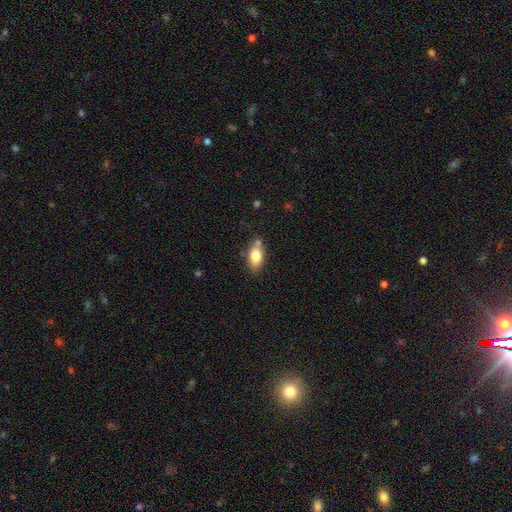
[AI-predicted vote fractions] This appears to be a smooth galaxy with no disk features (79%) that is in between round and cigar-shaped (88%). Merging: none (68%).